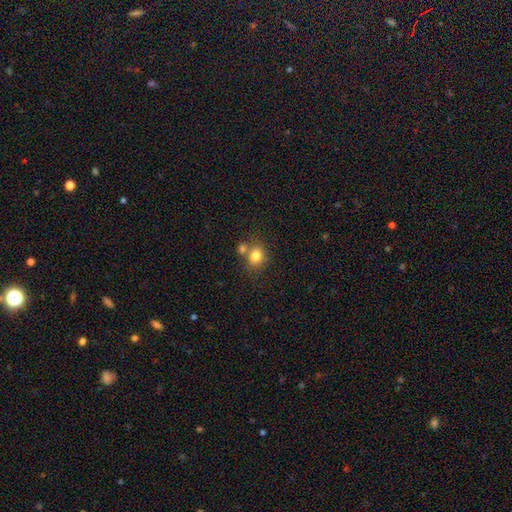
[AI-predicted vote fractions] The model was most divided on "merging": none: 54%, merger: 31%, minor disturbance: 11%, major disturbance: 4%. More confident: smooth or featured — smooth (80%); how rounded — round (62%).